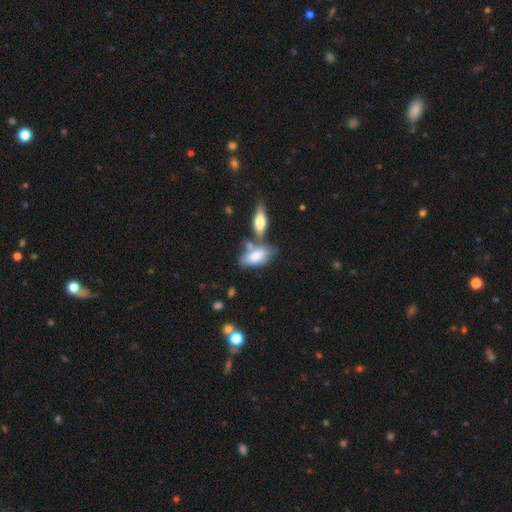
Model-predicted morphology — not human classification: Overall: smooth (76%). How rounded: in between (89%). Merging: none (45%; merger 33%).